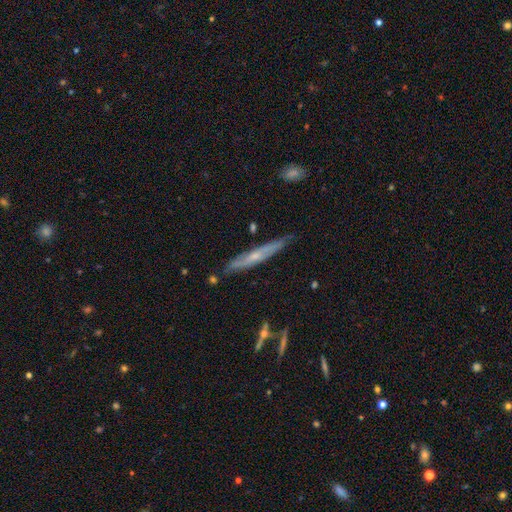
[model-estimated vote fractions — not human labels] Q: Smooth or featured?
A: featured or disk (59%); runner-up: smooth (34%)
Q: Edge-on disk?
A: yes (85%); runner-up: no (15%)
Q: Edge-on bulge?
A: rounded (53%); runner-up: none (43%)
Q: Merging?
A: none (78%); runner-up: minor disturbance (18%)